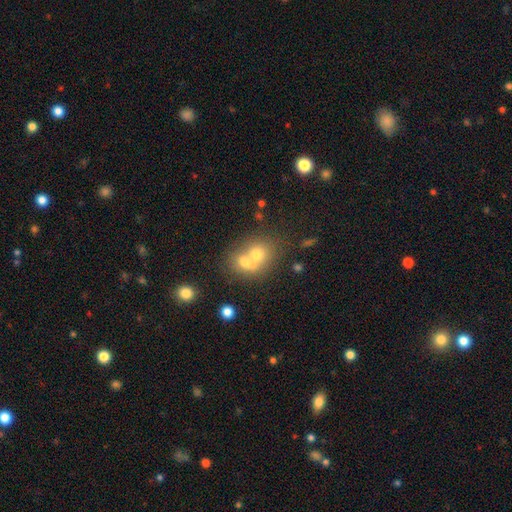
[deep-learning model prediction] A smooth galaxy with no disk features (60%) that is round (70%). Merging: merger (61%).